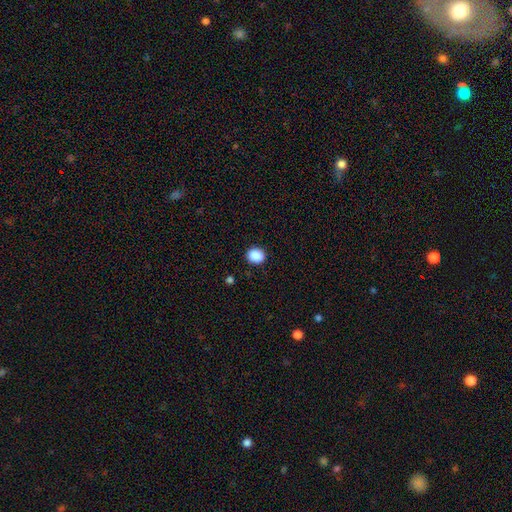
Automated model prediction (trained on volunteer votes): A smooth galaxy with no disk features (88%) that is round (56%).

Vote fractions:
- Smooth or featured? smooth: 88% / star or artifact: 9% / featured or disk: 3%
- How rounded? round: 56% / in between: 43% / cigar-shaped: 1%
- Merging? none: 89% / minor disturbance: 7% / major disturbance: 2% / merger: 1%